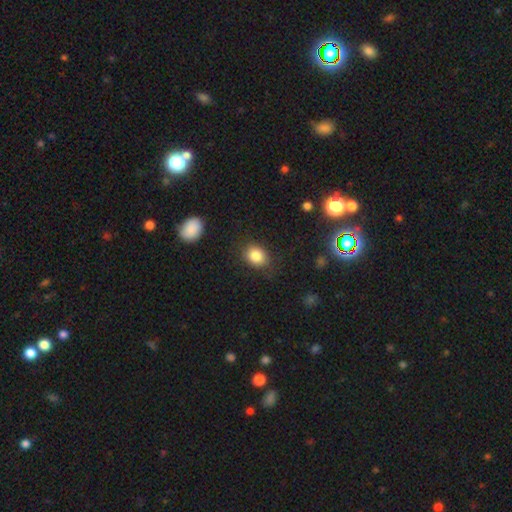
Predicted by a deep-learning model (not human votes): smooth-or-featured: smooth: 84% | star or artifact: 9% | featured or disk: 6%
  how-rounded: in between: 50% | round: 49% | cigar-shaped: 1%
  merging: none: 81% | minor disturbance: 13% | major disturbance: 4% | merger: 2%